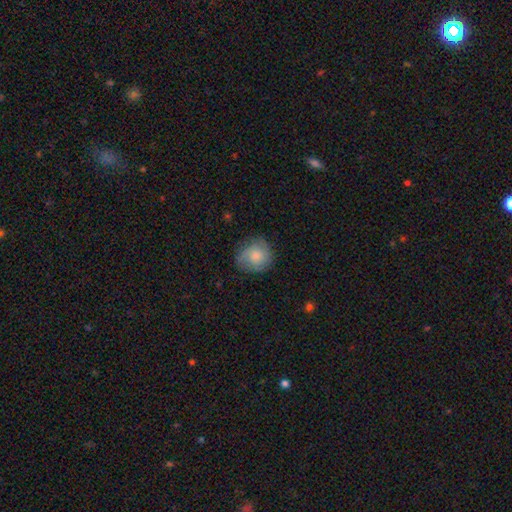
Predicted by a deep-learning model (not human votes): A smooth galaxy with no disk features (78%) that is round (81%).

Vote fractions:
- Smooth or featured? smooth: 78% / featured or disk: 15% / star or artifact: 7%
- How rounded? round: 81% / in between: 18% / cigar-shaped: 1%
- Merging? none: 72% / minor disturbance: 21% / major disturbance: 6% / merger: 1%